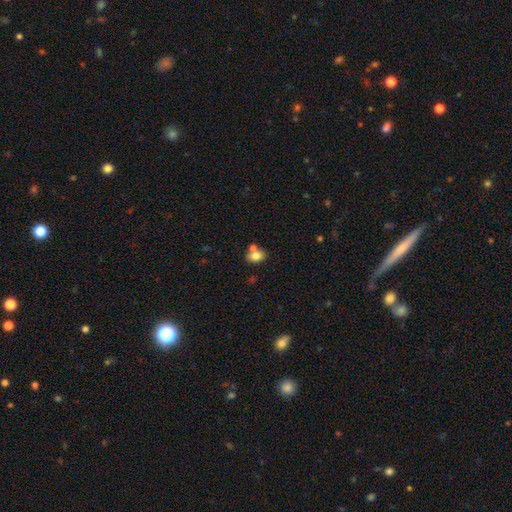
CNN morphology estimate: Smooth or featured: smooth — 79% (featured or disk — 12%)
How rounded: in between — 77% (round — 21%)
Merging: none — 54% (merger — 30%)